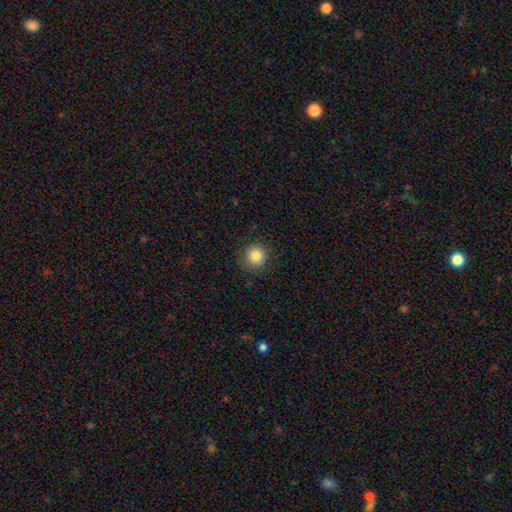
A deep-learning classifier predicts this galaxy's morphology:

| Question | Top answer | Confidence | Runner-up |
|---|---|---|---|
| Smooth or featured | smooth | 84% | star or artifact (10%) |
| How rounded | round | 93% | in between (6%) |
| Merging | none | 85% | minor disturbance (11%) |